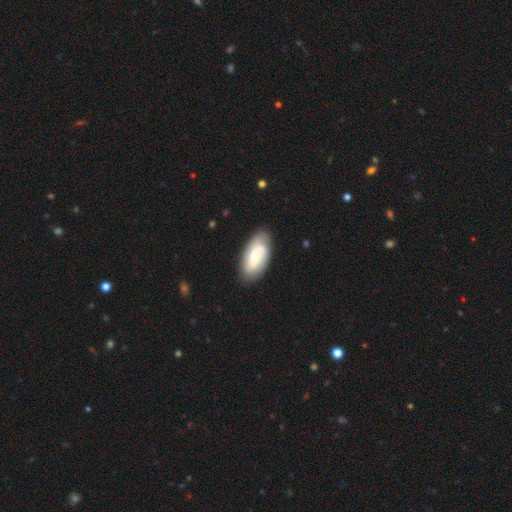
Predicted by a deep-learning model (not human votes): smooth-or-featured: featured or disk: 51% | smooth: 43% | star or artifact: 6%
  disk-edge-on: no: 92% | yes: 8%
  merging: none: 80% | minor disturbance: 14% | major disturbance: 4% | merger: 2%